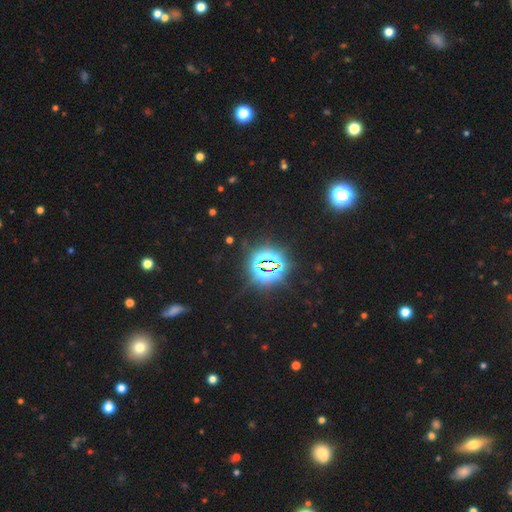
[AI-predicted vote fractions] Overall: star or artifact (81%).